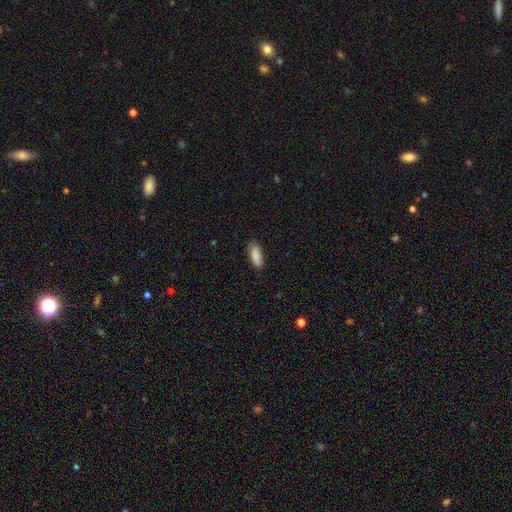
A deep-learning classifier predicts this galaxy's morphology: A smooth galaxy with no disk features (87%) that is in between round and cigar-shaped (73%).

Vote fractions:
- Smooth or featured? smooth: 87% / featured or disk: 7% / star or artifact: 6%
- How rounded? in between: 73% / cigar-shaped: 25% / round: 2%
- Merging? none: 80% / minor disturbance: 16% / major disturbance: 3% / merger: 1%